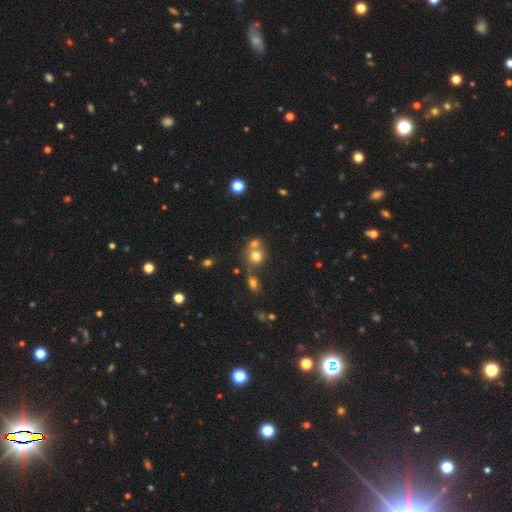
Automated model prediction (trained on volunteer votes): Smooth or featured? Predicted: smooth (p=0.72). How rounded? Predicted: round (p=0.80). Merging? Predicted: merger (p=0.46).